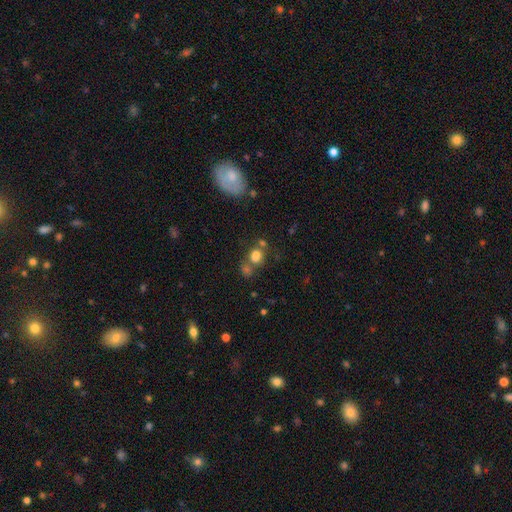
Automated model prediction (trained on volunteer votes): smooth 74%, star or artifact 16%, featured or disk 10%. Down the decision tree: how rounded — round (67%); merging — none (48%).